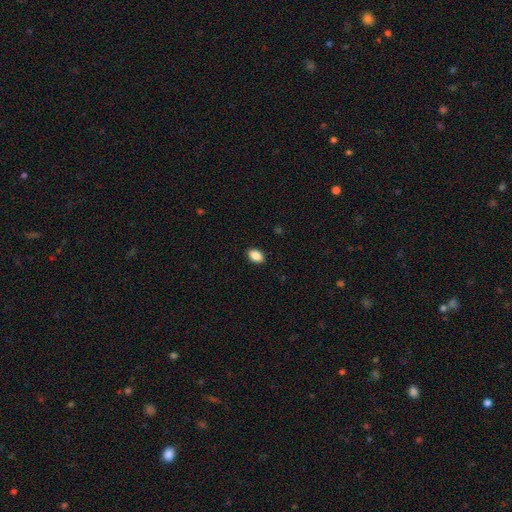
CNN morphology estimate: Smooth or featured?
  - smooth: 88% *
  - star or artifact: 8%
  - featured or disk: 4%
How rounded?
  - in between: 88% *
  - round: 10%
  - cigar-shaped: 2%
Merging?
  - none: 90% *
  - minor disturbance: 8%
  - major disturbance: 2%
  - merger: 1%